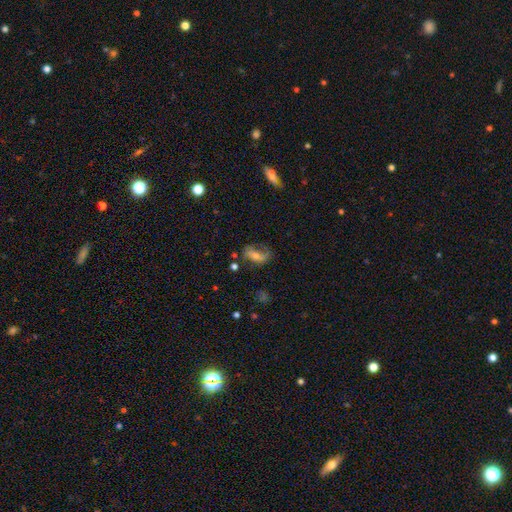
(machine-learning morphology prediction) A featured or disk galaxy (55%) with no bar (44%), spiral arms (74%) and a moderate central bulge (50%). Merging: none (54%).